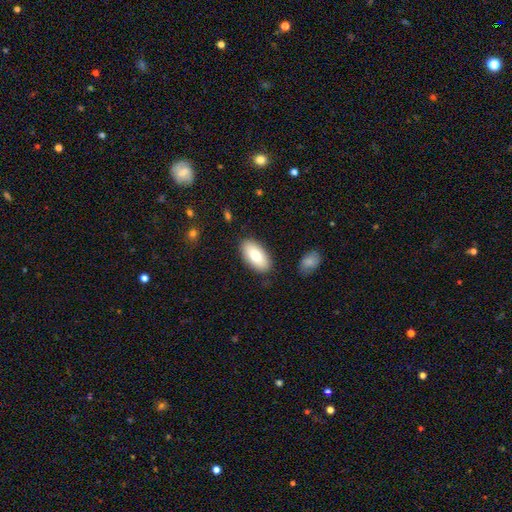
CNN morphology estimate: Smooth or featured? smooth (76%)
How rounded? in between (94%)
Merging? none (86%)